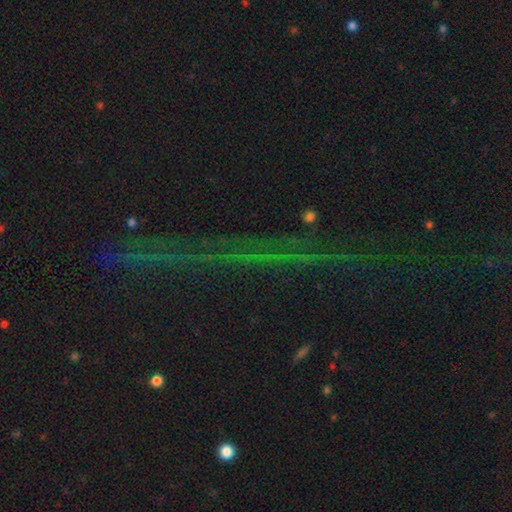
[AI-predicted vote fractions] Smooth or featured? Predicted: star or artifact (p=0.80).